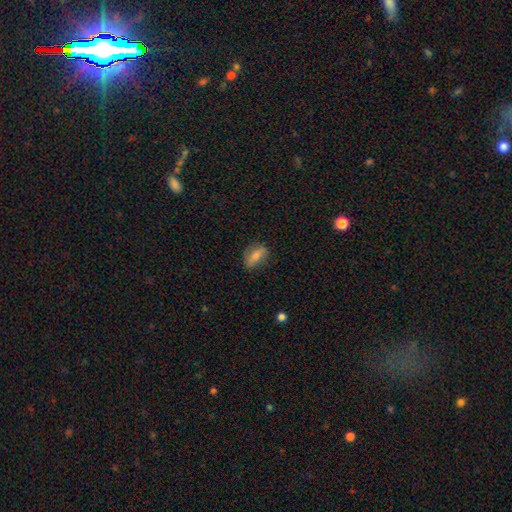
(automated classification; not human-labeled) Smooth or featured: smooth — 73% (featured or disk — 19%)
How rounded: in between — 80% (cigar-shaped — 11%)
Merging: none — 77% (minor disturbance — 18%)